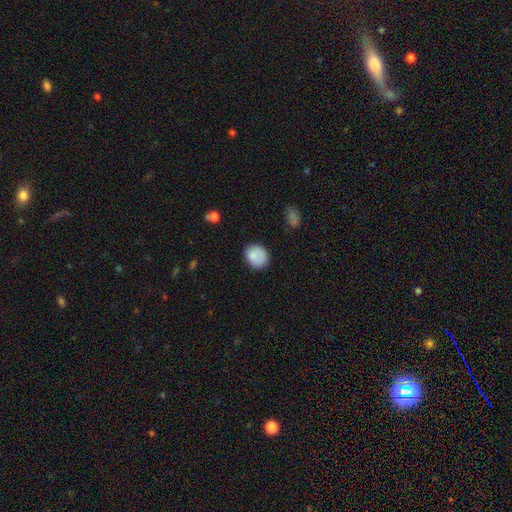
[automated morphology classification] Smooth or featured: smooth — 85% (star or artifact — 8%)
How rounded: round — 66% (in between — 33%)
Merging: none — 78% (minor disturbance — 16%)